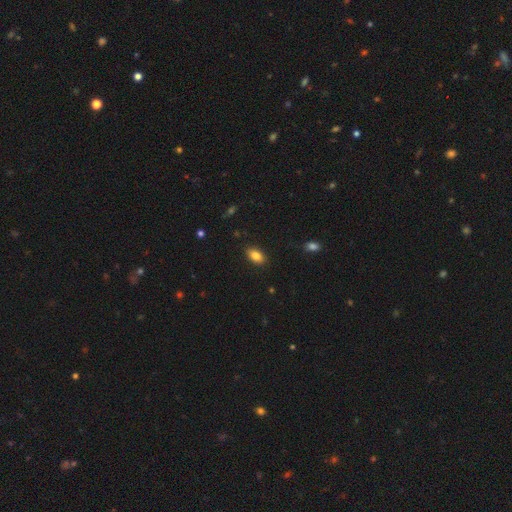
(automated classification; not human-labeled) Overall: smooth (84%). How rounded: in between (90%). Merging: none (88%).